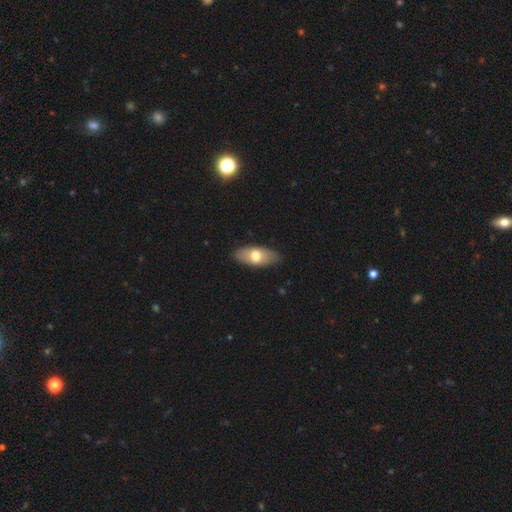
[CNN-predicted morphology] This appears to be a smooth galaxy with no disk features (65%) that is in between round and cigar-shaped (86%). Merging: none (86%).